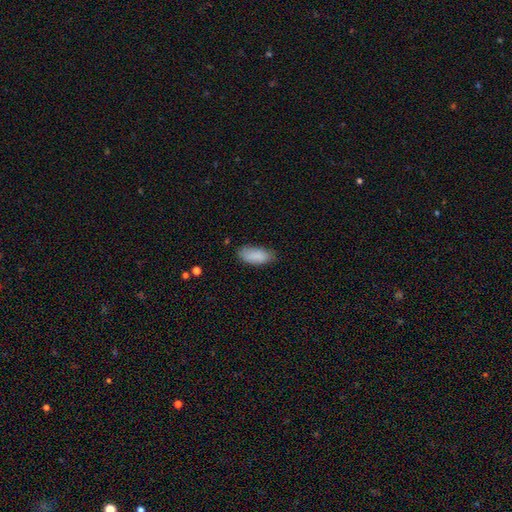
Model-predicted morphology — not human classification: Smooth or featured: smooth — 87% (featured or disk — 7%)
How rounded: in between — 86% (cigar-shaped — 12%)
Merging: none — 74% (minor disturbance — 21%)